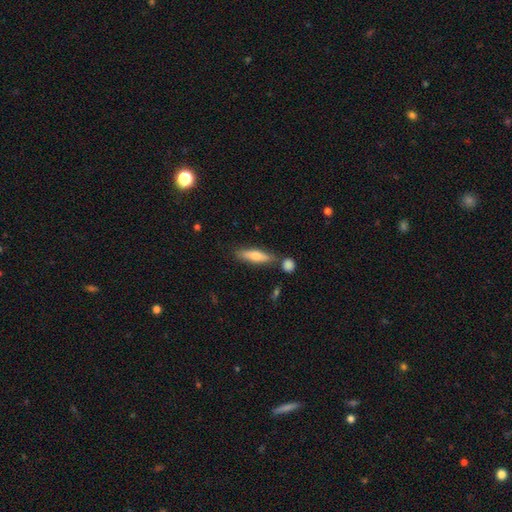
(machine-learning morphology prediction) A smooth galaxy with no disk features (60%) that is cigar-shaped (72%). Merging: none (74%).